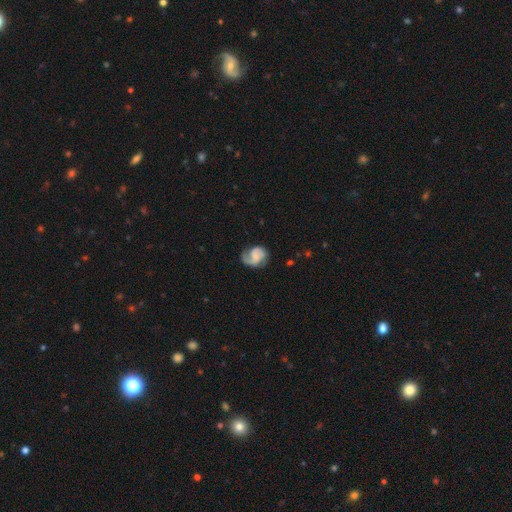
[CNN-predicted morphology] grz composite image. It shows a featured or disk galaxy (73%) with no bar (50%), 2 (69%) medium (45%) spiral arms (94%) and no central bulge (52%). Merging: none (62%).